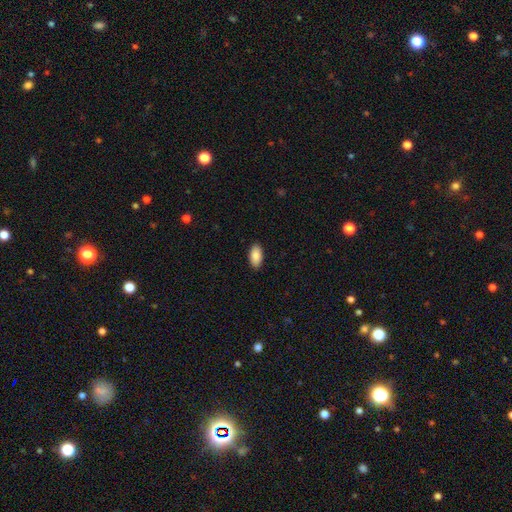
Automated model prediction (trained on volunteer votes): The model was most divided on "smooth or featured": smooth: 88%, star or artifact: 6%, featured or disk: 5%. More confident: how rounded — in between (95%); merging — none (90%).